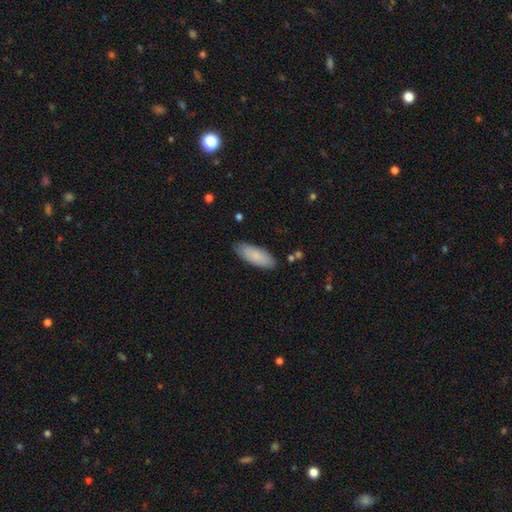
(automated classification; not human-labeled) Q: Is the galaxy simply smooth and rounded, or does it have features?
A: smooth — 82%.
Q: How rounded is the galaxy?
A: in between — 74%.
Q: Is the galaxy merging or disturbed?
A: none — 82%.